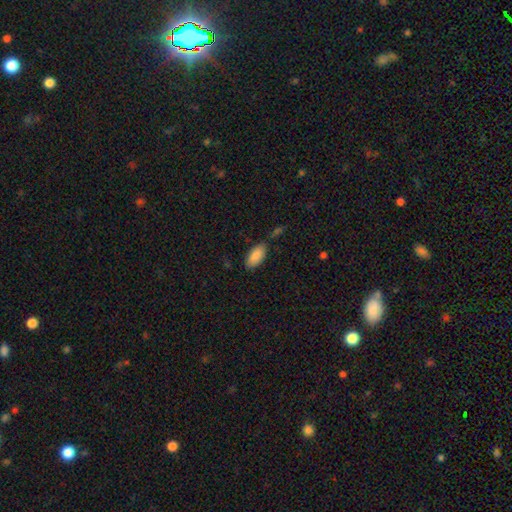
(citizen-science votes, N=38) A smooth galaxy with no disk features (89%) that is in between round and cigar-shaped (94%). Merging: none (40%, tied with minor disturbance).